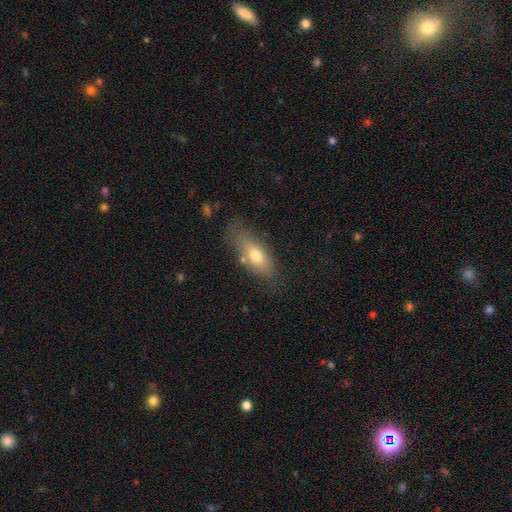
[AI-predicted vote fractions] smooth_or_featured: smooth (p=0.70) [alt: featured or disk p=0.22]
how_rounded: in between (p=0.79) [alt: cigar-shaped p=0.17]
merging: none (p=0.60) [alt: minor disturbance p=0.24]